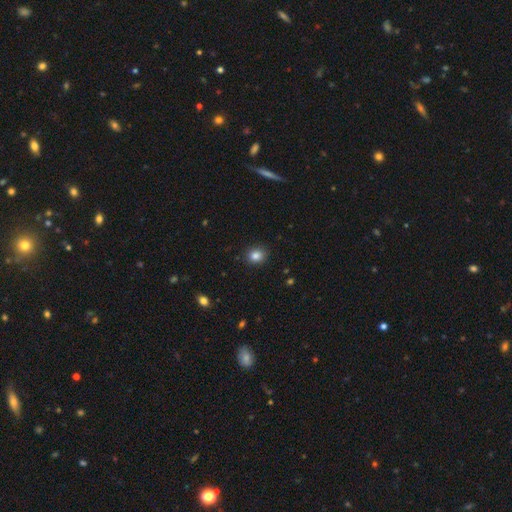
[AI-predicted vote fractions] A smooth galaxy with no disk features (85%) that is round (66%). Merging: none (89%).